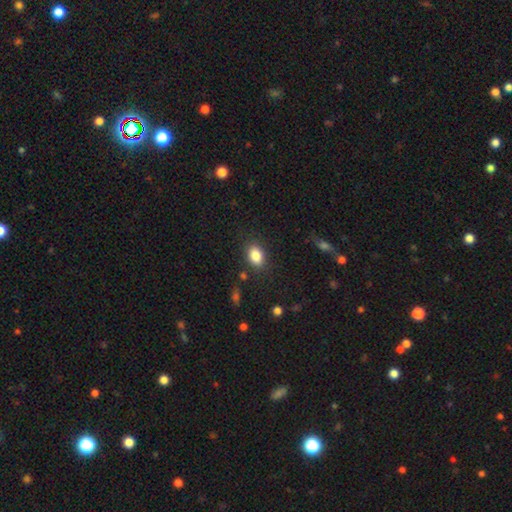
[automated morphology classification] Smooth or featured: smooth — 85% (star or artifact — 9%)
How rounded: in between — 81% (round — 18%)
Merging: none — 84% (minor disturbance — 10%)